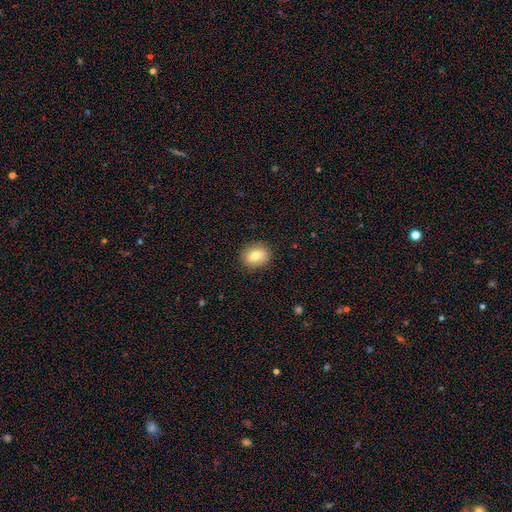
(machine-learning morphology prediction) Smooth or featured? smooth (79%)
How rounded? round (51%)
Merging? none (89%)